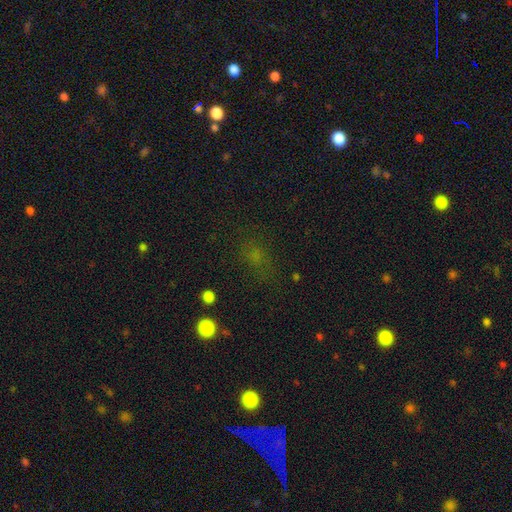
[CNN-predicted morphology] Smooth or featured? Predicted: smooth (p=0.47). Merging? Predicted: none (p=0.70).